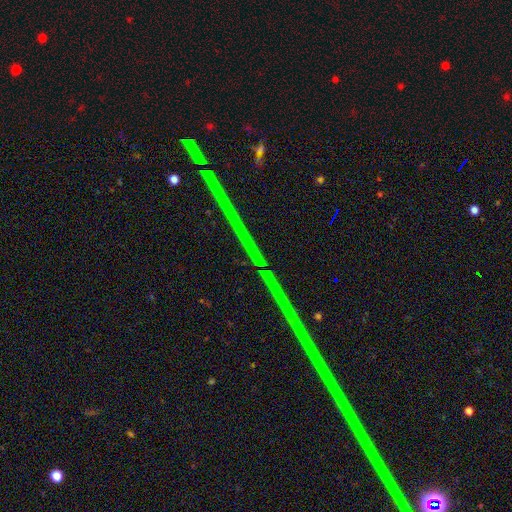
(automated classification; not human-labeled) This appears to be a star or artifact, not a galaxy (80%).